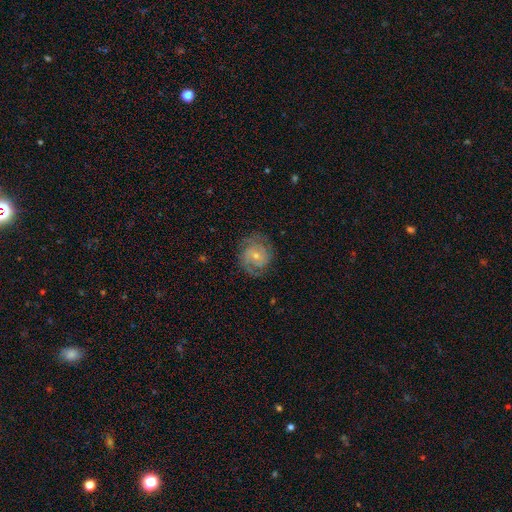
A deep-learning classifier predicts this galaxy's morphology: Smooth or featured? Predicted: featured or disk (p=0.76). Edge-on disk? Predicted: no (p=0.98). Bar? Predicted: no (p=0.68). Spiral arms? Predicted: yes (p=0.91). Spiral winding? Predicted: tight (p=0.57). Spiral arm count? Predicted: 2 (p=0.55). Bulge size? Predicted: small (p=0.56). Merging? Predicted: none (p=0.75).